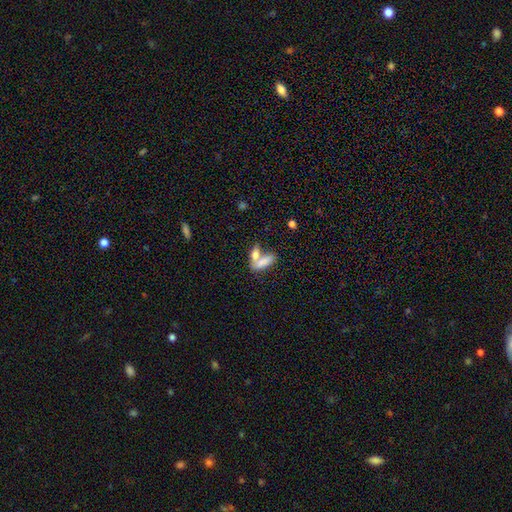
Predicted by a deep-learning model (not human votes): The model was most divided on "merging": merger: 53%, none: 34%, minor disturbance: 8%, major disturbance: 5%. More confident: smooth or featured — smooth (79%); how rounded — in between (65%).